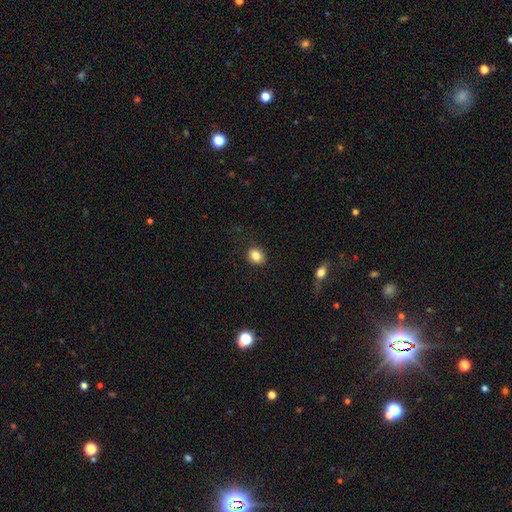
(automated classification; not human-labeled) The model was most divided on "how rounded": round: 66%, in between: 33%, cigar-shaped: 1%. More confident: merging — none (87%); smooth or featured — smooth (83%).